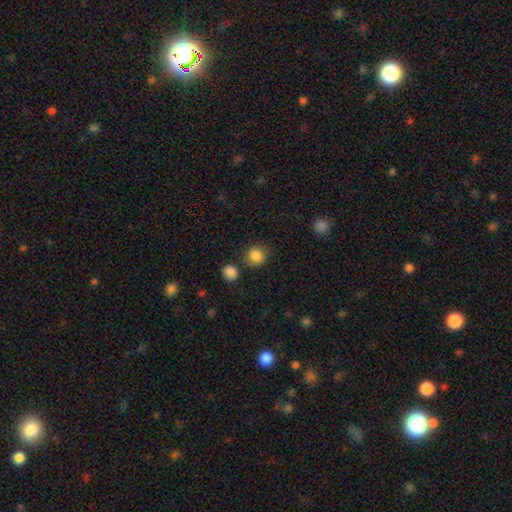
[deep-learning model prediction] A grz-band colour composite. It shows a smooth galaxy with no disk features (86%) that is round (89%). Merging: none (80%).